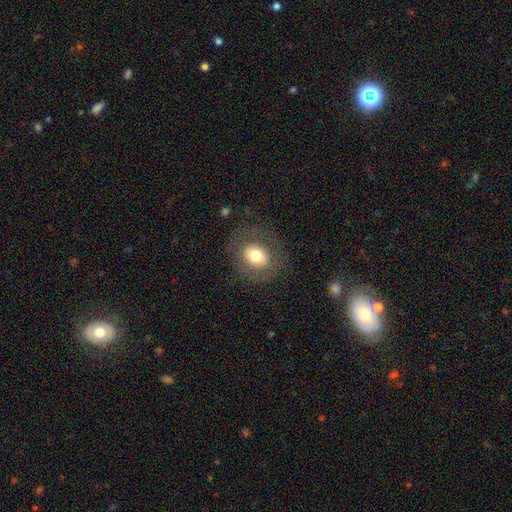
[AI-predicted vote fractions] Q: Smooth or featured?
A: smooth (68%); runner-up: featured or disk (23%)
Q: How rounded?
A: round (64%); runner-up: in between (35%)
Q: Merging?
A: none (80%); runner-up: minor disturbance (12%)